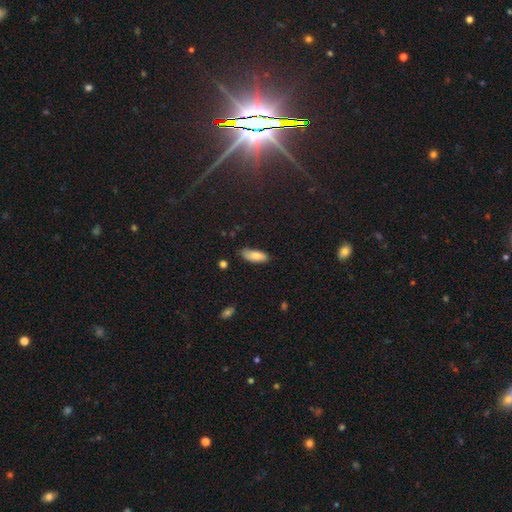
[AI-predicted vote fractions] Q: Smooth or featured?
A: smooth (81%); runner-up: featured or disk (12%)
Q: How rounded?
A: in between (77%); runner-up: cigar-shaped (21%)
Q: Merging?
A: none (75%); runner-up: minor disturbance (20%)